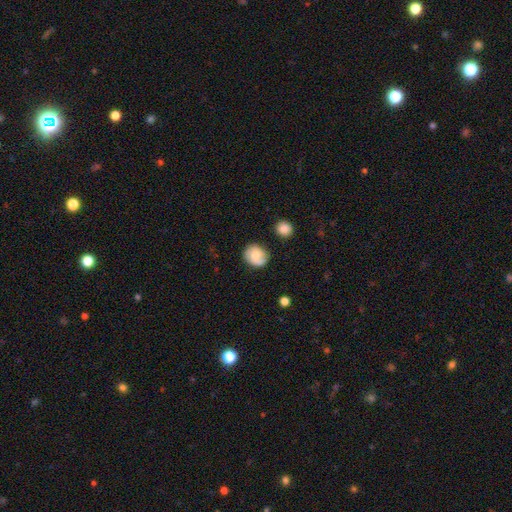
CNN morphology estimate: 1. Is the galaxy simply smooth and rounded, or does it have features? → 54% smooth, 38% featured or disk, 8% star or artifact.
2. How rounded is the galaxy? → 77% round, 22% in between, 1% cigar-shaped.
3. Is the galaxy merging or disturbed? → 73% none, 19% minor disturbance, 5% major disturbance, 3% merger.